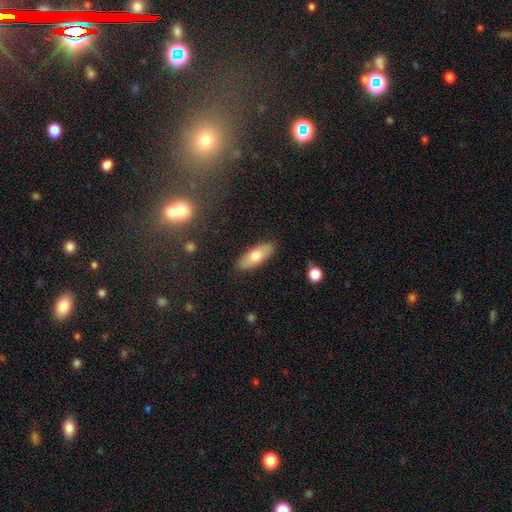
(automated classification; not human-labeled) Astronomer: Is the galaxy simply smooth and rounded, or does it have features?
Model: smooth — 71%.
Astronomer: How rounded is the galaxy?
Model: in between — 72%.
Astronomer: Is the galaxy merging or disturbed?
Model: none — 87%.